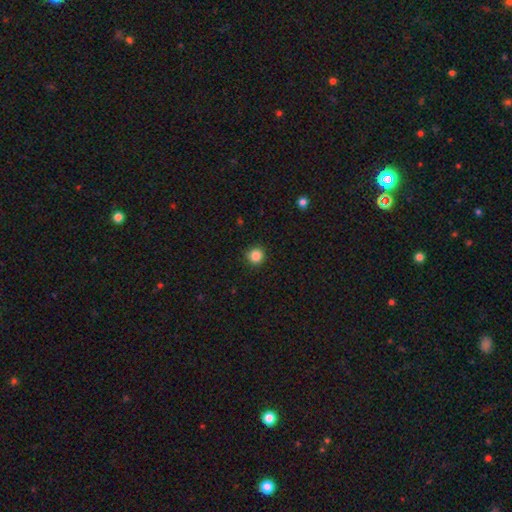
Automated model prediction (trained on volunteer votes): Smooth or featured: smooth — 86% (star or artifact — 11%)
How rounded: round — 95% (in between — 4%)
Merging: none — 91% (minor disturbance — 6%)